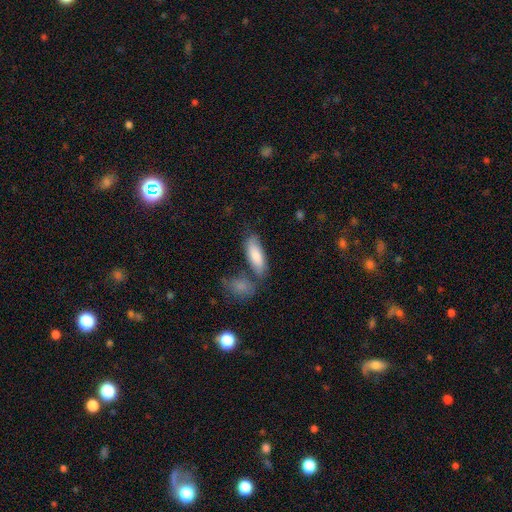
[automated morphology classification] Overall: smooth (80%). How rounded: in between (71%). Merging: none (58%; merger 19%).